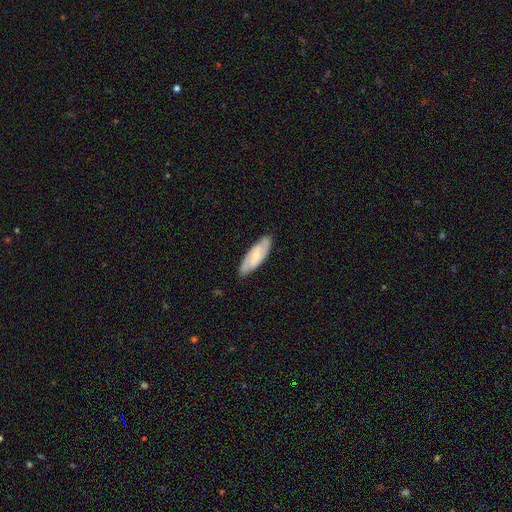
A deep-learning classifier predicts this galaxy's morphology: featured or disk 56%, smooth 39%, star or artifact 6%. Down the decision tree: edge-on disk — no (83%); merging — none (82%).